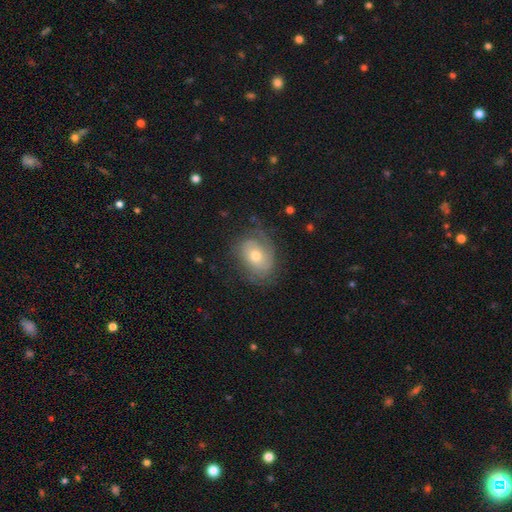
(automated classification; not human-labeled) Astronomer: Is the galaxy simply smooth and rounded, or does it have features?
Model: featured or disk — 52% (runner-up: smooth, 39%).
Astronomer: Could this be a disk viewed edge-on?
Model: no — 94%.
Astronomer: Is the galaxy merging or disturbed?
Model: none — 63%.